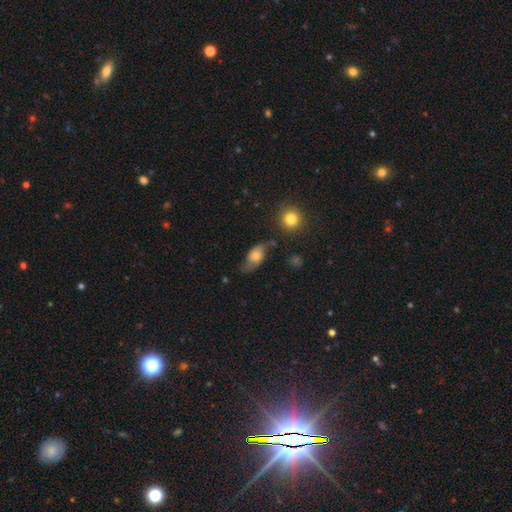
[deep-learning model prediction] smooth-or-featured: smooth: 59% | featured or disk: 33% | star or artifact: 9%
  how-rounded: in between: 84% | round: 11% | cigar-shaped: 5%
  merging: none: 52% | minor disturbance: 31% | major disturbance: 12% | merger: 4%